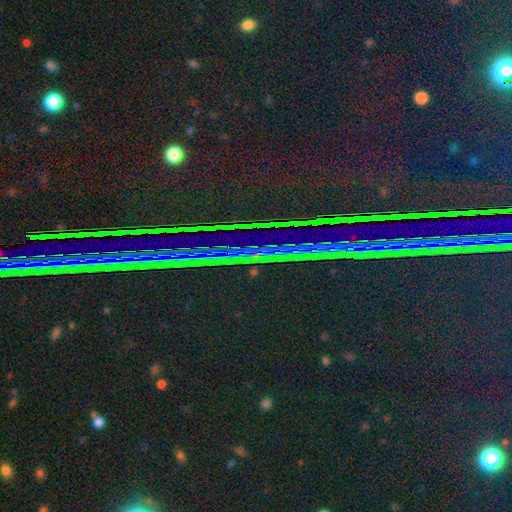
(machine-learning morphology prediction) A star or artifact, not a galaxy (89%).